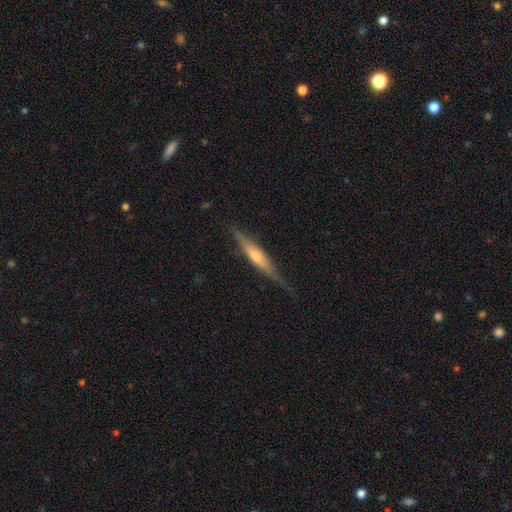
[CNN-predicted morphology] smooth-or-featured: featured or disk: 67% | smooth: 27% | star or artifact: 6%
  disk-edge-on: yes: 96% | no: 4%
    edge-on-bulge: rounded: 61% | none: 23% | boxy: 17%
  merging: none: 77% | minor disturbance: 18% | major disturbance: 4% | merger: 1%